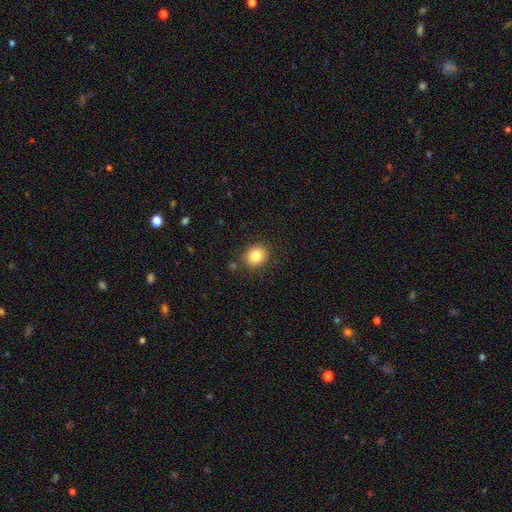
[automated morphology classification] A smooth galaxy with no disk features (82%) that is round (74%).

Vote fractions:
- Smooth or featured? smooth: 82% / star or artifact: 10% / featured or disk: 7%
- How rounded? round: 74% / in between: 25% / cigar-shaped: 1%
- Merging? none: 85% / minor disturbance: 9% / major disturbance: 3% / merger: 2%